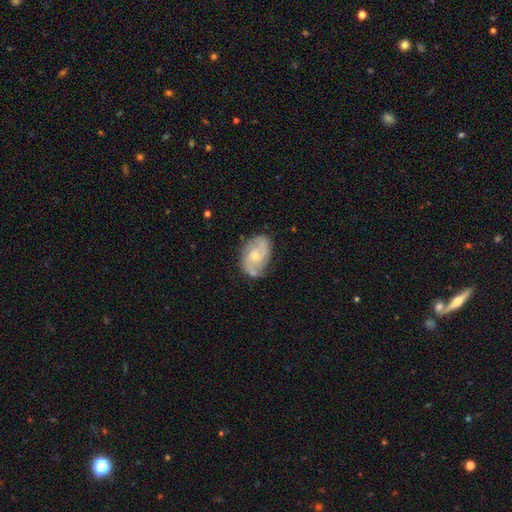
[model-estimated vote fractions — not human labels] Q: Smooth or featured?
A: featured or disk (79%); runner-up: smooth (15%)
Q: Edge-on disk?
A: no (97%); runner-up: yes (3%)
Q: Bar?
A: no (58%); runner-up: weak (37%)
Q: Spiral arms?
A: yes (95%); runner-up: no (5%)
Q: Spiral winding?
A: medium (51%); runner-up: tight (30%)
Q: Spiral arm count?
A: 2 (78%); runner-up: can't tell (9%)
Q: Bulge size?
A: small (58%); runner-up: moderate (37%)
Q: Merging?
A: none (72%); runner-up: minor disturbance (19%)